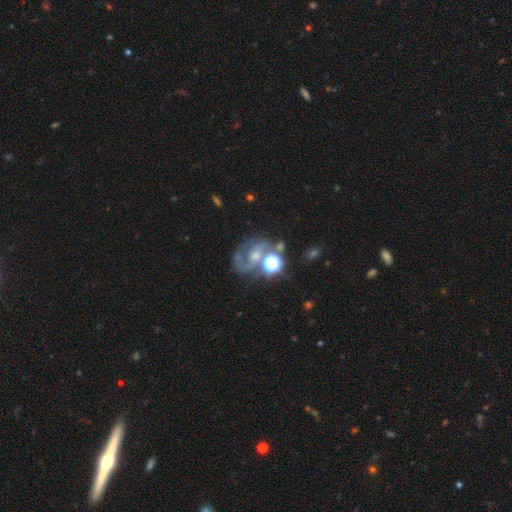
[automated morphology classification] smooth_or_featured: featured or disk (p=0.59) [alt: star or artifact p=0.24]
disk_edge_on: no (p=0.97) [alt: yes p=0.03]
bar: no (p=0.43) [alt: weak p=0.39]
has_spiral_arms: yes (p=0.81) [alt: no p=0.19]
bulge_size: moderate (p=0.43) [alt: small p=0.42]
merging: none (p=0.51) [alt: merger p=0.18]